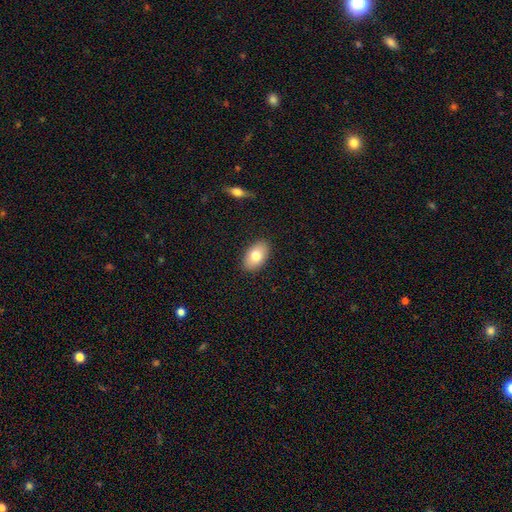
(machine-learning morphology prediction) Smooth or featured: smooth — 77% (featured or disk — 16%)
How rounded: in between — 93% (round — 6%)
Merging: none — 88% (minor disturbance — 8%)